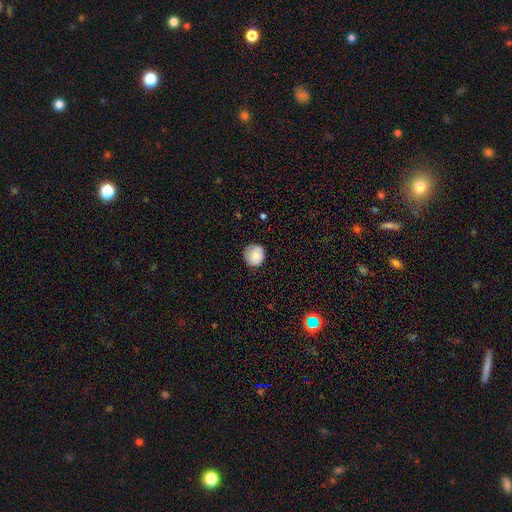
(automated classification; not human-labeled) Overall: smooth (81%). How rounded: round (88%). Merging: none (78%).